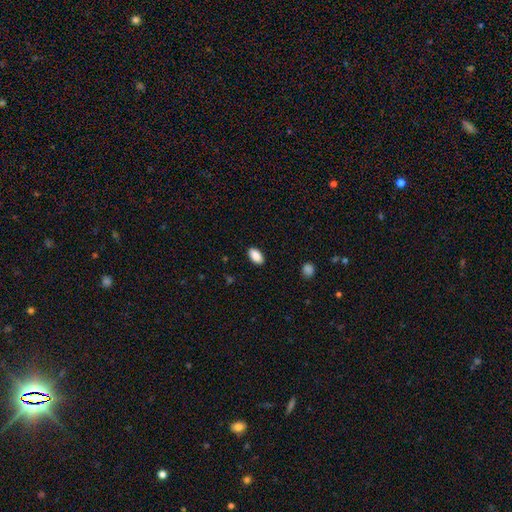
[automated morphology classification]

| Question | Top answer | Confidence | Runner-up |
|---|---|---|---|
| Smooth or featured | smooth | 89% | star or artifact (7%) |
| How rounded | in between | 93% | round (3%) |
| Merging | none | 89% | minor disturbance (8%) |